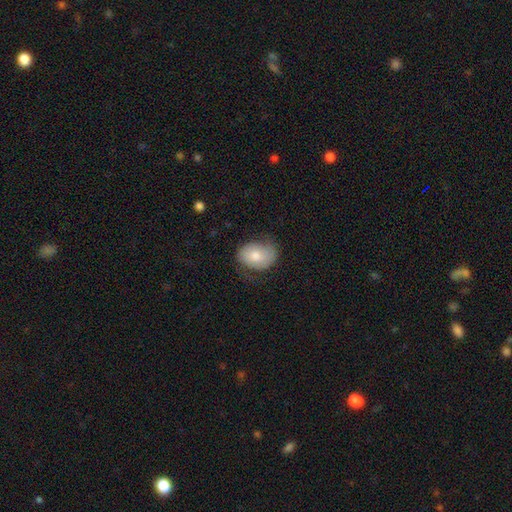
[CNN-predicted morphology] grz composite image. It shows a smooth galaxy with no disk features (67%) that is in between round and cigar-shaped (73%). Merging: none (57%).